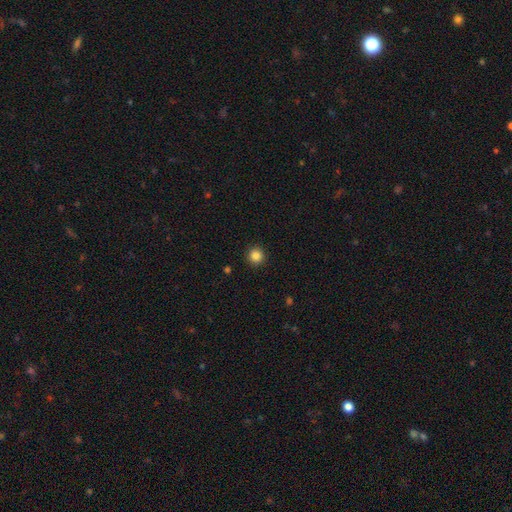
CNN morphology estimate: The model was most divided on "smooth or featured": smooth: 86%, star or artifact: 11%, featured or disk: 4%. More confident: how rounded — round (95%); merging — none (93%).